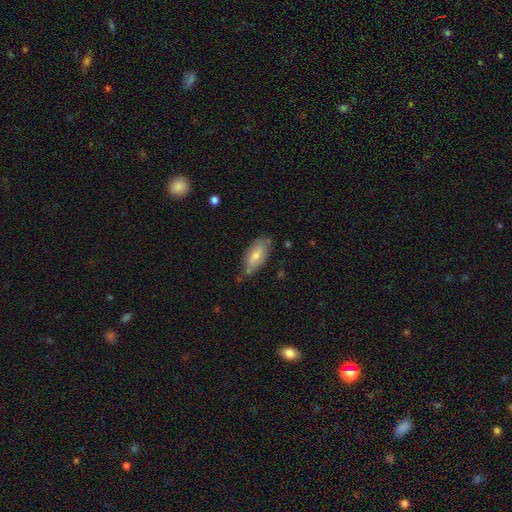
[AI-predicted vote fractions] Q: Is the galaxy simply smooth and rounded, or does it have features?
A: smooth — 62%.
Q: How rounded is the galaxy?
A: in between — 82%.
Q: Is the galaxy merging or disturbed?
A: none — 68%.